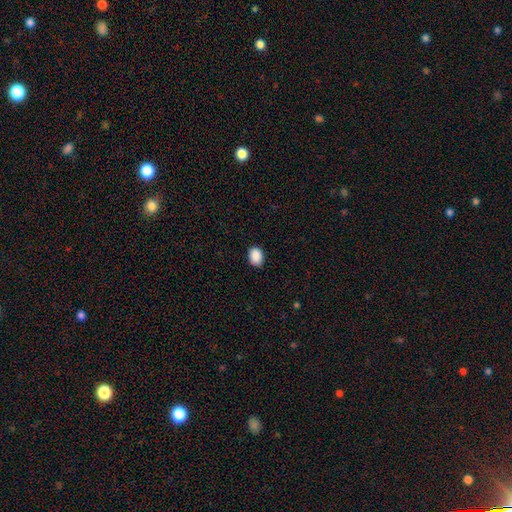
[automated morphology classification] Overall: smooth (90%). How rounded: in between (65%; round 34%). Merging: none (86%).